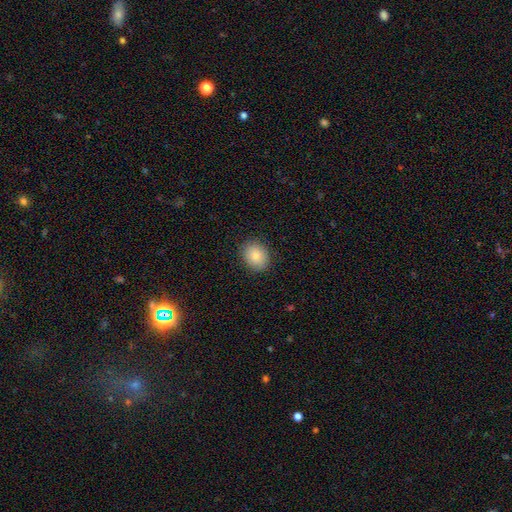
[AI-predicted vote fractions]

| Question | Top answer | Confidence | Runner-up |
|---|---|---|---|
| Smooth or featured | smooth | 83% | featured or disk (9%) |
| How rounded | round | 55% | in between (44%) |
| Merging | none | 88% | minor disturbance (9%) |